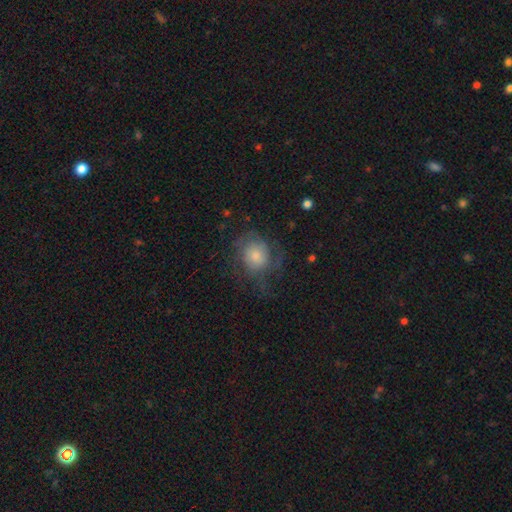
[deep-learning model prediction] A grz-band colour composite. It shows a smooth galaxy with no disk features (45%). Merging: none (57%).